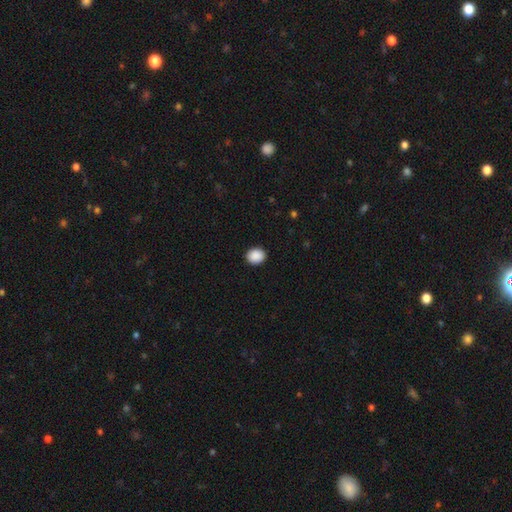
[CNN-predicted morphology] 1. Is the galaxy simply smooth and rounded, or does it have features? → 90% smooth, 8% star or artifact, 2% featured or disk.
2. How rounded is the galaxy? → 63% round, 36% in between, 1% cigar-shaped.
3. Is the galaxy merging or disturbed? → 91% none, 6% minor disturbance, 2% major disturbance, 1% merger.